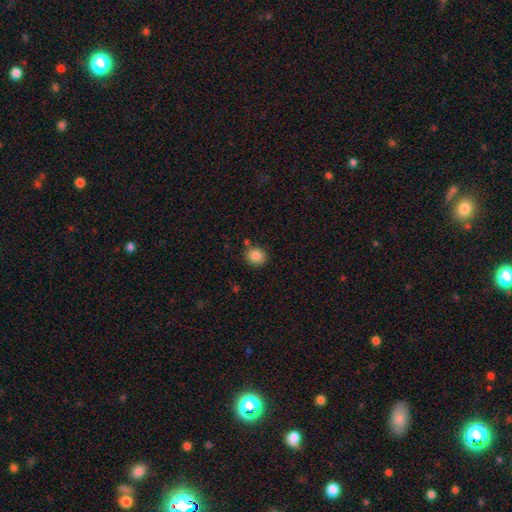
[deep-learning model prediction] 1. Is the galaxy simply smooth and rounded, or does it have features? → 86% smooth, 9% star or artifact, 5% featured or disk.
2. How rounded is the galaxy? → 84% round, 15% in between, 1% cigar-shaped.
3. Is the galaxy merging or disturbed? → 83% none, 9% minor disturbance, 5% merger, 2% major disturbance.